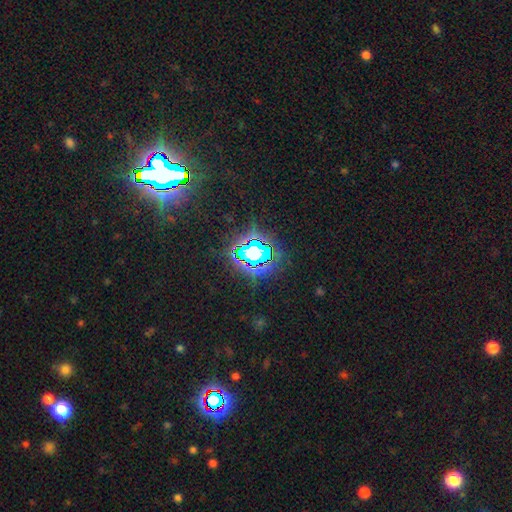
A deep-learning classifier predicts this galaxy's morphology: A star or artifact, not a galaxy (81%).

Vote fractions:
- Smooth or featured? star or artifact: 81% / smooth: 10% / featured or disk: 8%